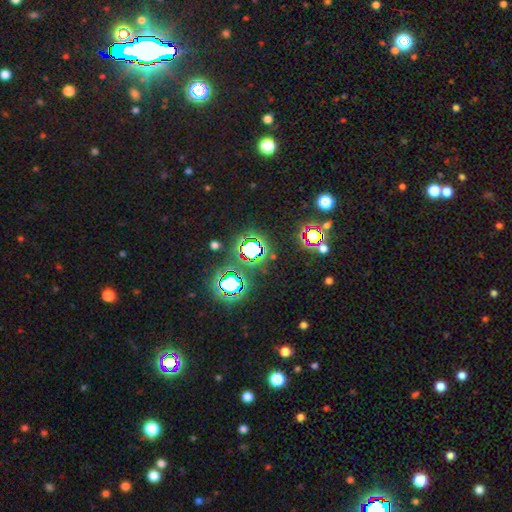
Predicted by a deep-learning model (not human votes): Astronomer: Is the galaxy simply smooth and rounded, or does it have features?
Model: star or artifact — 78%.